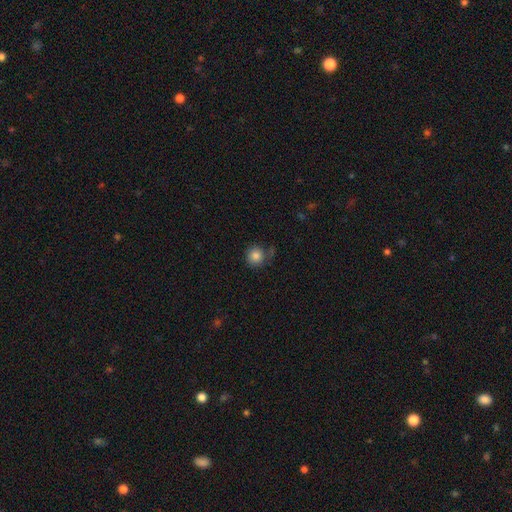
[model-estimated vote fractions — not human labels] Smooth or featured? smooth (84%)
How rounded? round (92%)
Merging? none (73%)